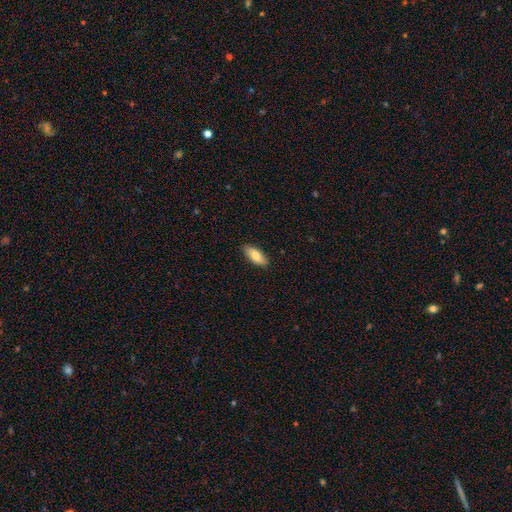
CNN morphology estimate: Smooth or featured?
  - smooth: 79% *
  - featured or disk: 15%
  - star or artifact: 6%
How rounded?
  - in between: 80% *
  - cigar-shaped: 18%
  - round: 2%
Merging?
  - none: 87% *
  - minor disturbance: 10%
  - major disturbance: 2%
  - merger: 1%